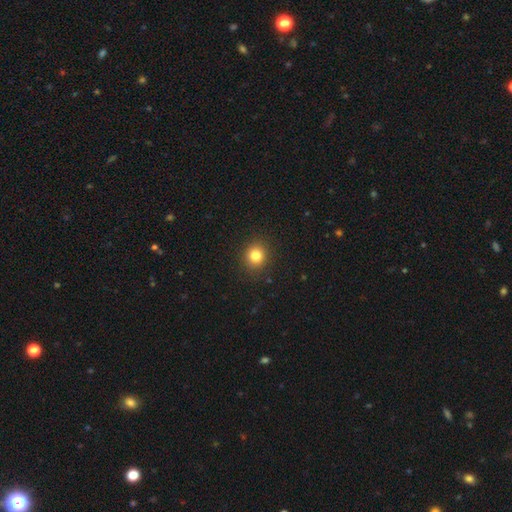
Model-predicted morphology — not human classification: smooth_or_featured: smooth (p=0.82) [alt: star or artifact p=0.12]
how_rounded: round (p=0.83) [alt: in between p=0.16]
merging: none (p=0.90) [alt: minor disturbance p=0.07]